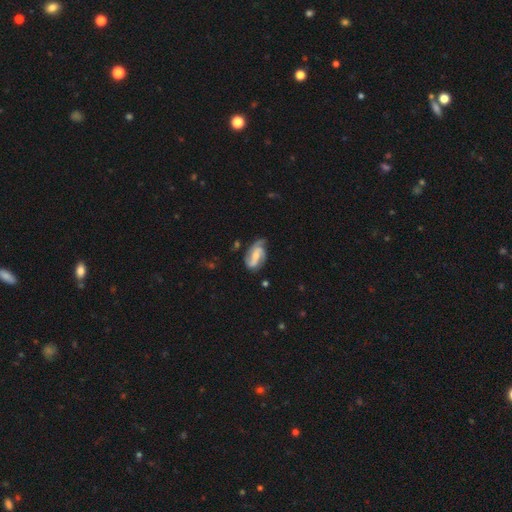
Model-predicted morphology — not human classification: A featured or disk galaxy (80%) with a weak bar (41%), 2 (50%) medium (46%) spiral arms (95%) and a small central bulge (46%).

Vote fractions:
- Smooth or featured? featured or disk: 80% / smooth: 14% / star or artifact: 6%
- Edge-on disk? no: 97% / yes: 3%
- Bar? weak: 41% / no: 36% / strong: 23%
- Spiral arms? yes: 95% / no: 5%
- Spiral winding? medium: 46% / tight: 31% / loose: 23%
- Spiral arm count? 2: 50% / 3: 31% / can't tell: 9% / 1: 4% / 4: 4% / more than 4: 2%
- Bulge size? small: 46% / moderate: 43% / none: 7% / large: 4% / dominant: 1%
- Merging? none: 60% / minor disturbance: 25% / major disturbance: 12% / merger: 3%